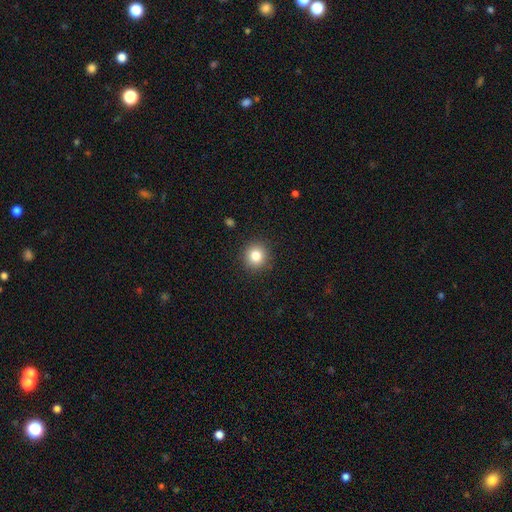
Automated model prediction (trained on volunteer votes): Smooth or featured?
  - smooth: 83% *
  - star or artifact: 11%
  - featured or disk: 6%
How rounded?
  - round: 93% *
  - in between: 6%
  - cigar-shaped: 1%
Merging?
  - none: 91% *
  - minor disturbance: 6%
  - major disturbance: 2%
  - merger: 1%